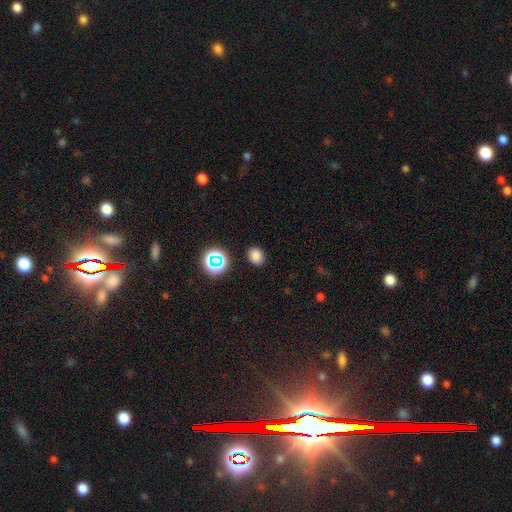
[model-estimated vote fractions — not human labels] Overall: smooth (78%). How rounded: round (53%; in between 46%). Merging: none (87%).